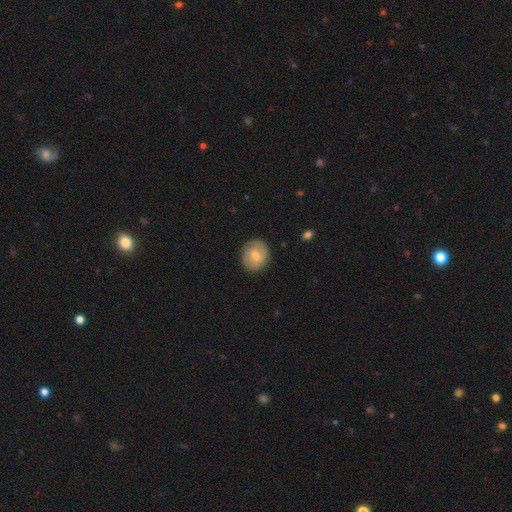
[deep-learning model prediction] Smooth or featured? smooth (55%)
How rounded? round (73%)
Merging? none (84%)